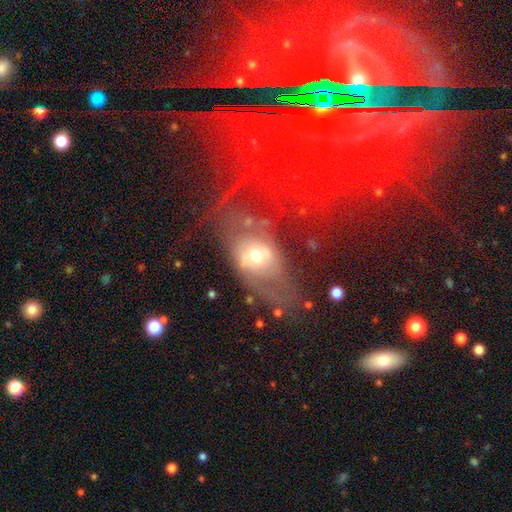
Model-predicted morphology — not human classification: smooth_or_featured: featured or disk (p=0.49) [alt: smooth p=0.37]
merging: none (p=0.41) [alt: major disturbance p=0.32]